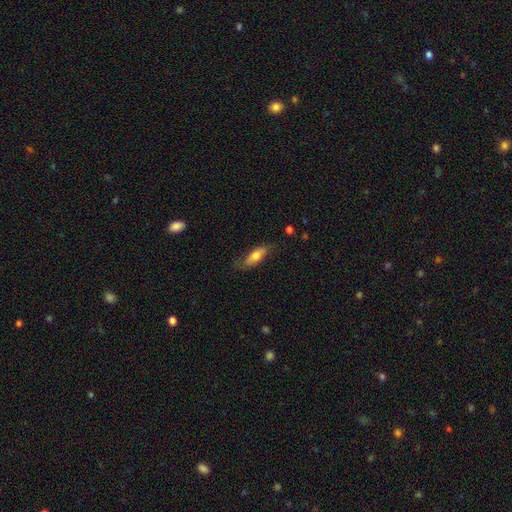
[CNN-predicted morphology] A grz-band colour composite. It shows a smooth galaxy with no disk features (63%) that is in between round and cigar-shaped (59%). Merging: none (71%).